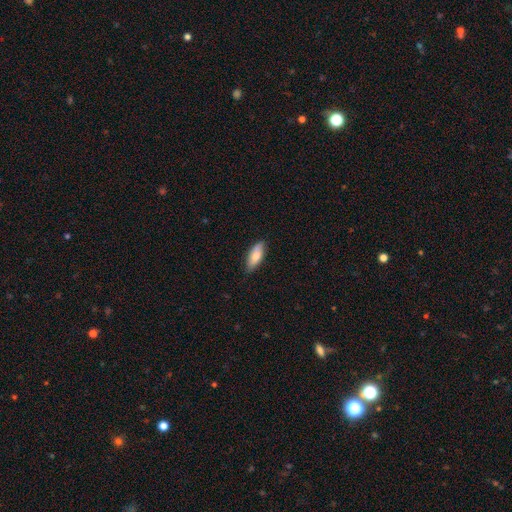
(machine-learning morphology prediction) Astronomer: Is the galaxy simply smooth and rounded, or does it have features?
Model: smooth — 76%.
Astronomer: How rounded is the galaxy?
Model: in between — 73%.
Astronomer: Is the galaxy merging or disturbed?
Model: none — 82%.